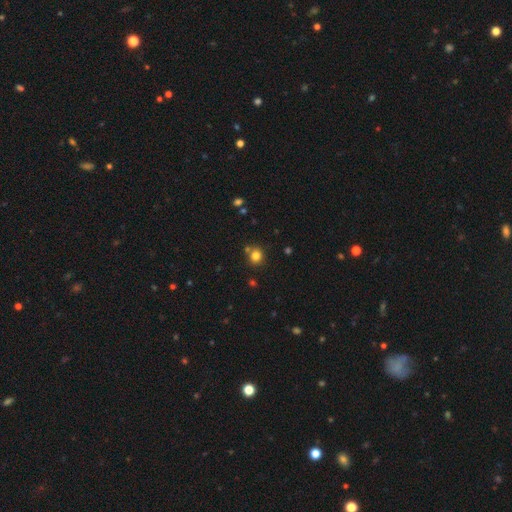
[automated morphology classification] Smooth or featured? Predicted: smooth (p=0.81). How rounded? Predicted: round (p=0.84). Merging? Predicted: none (p=0.76).